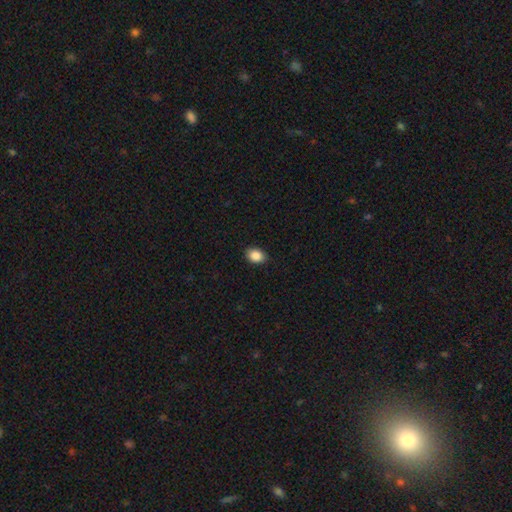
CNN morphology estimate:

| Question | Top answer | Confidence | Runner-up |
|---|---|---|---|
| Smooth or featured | smooth | 88% | star or artifact (8%) |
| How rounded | in between | 76% | round (23%) |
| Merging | none | 88% | minor disturbance (9%) |